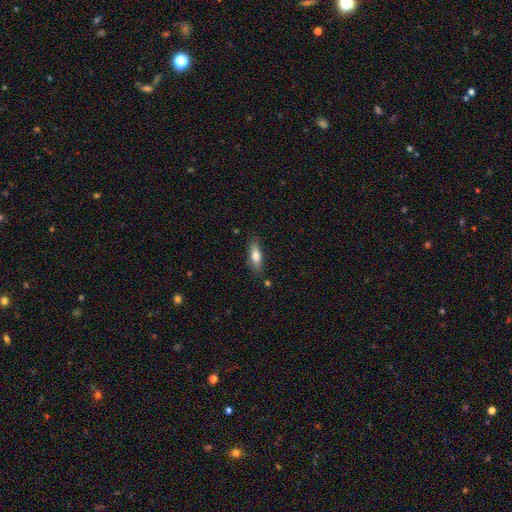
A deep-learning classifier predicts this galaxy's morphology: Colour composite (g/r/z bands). It shows a smooth galaxy with no disk features (72%) that is in between round and cigar-shaped (54%). Merging: none (82%).